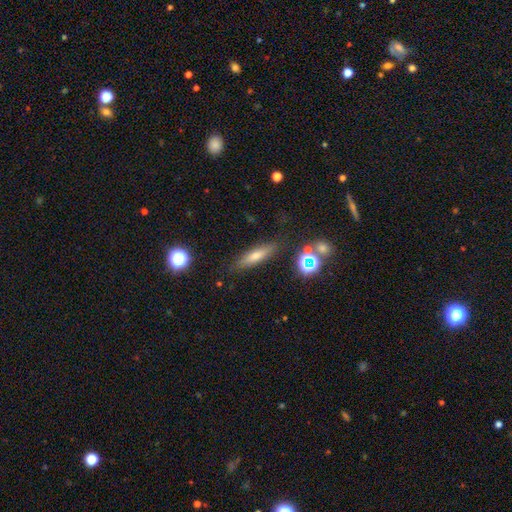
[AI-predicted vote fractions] Overall: smooth (58%; featured or disk 29%). How rounded: cigar-shaped (71%). Merging: none (84%).